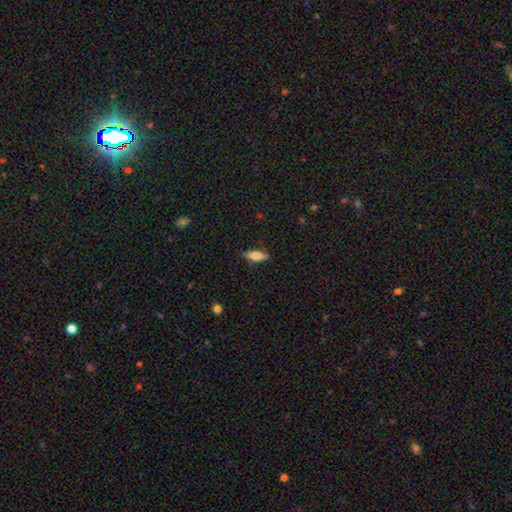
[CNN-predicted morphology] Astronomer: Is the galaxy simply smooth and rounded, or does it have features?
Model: smooth — 74%.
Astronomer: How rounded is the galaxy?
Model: in between — 61%.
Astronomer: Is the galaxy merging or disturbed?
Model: none — 84%.